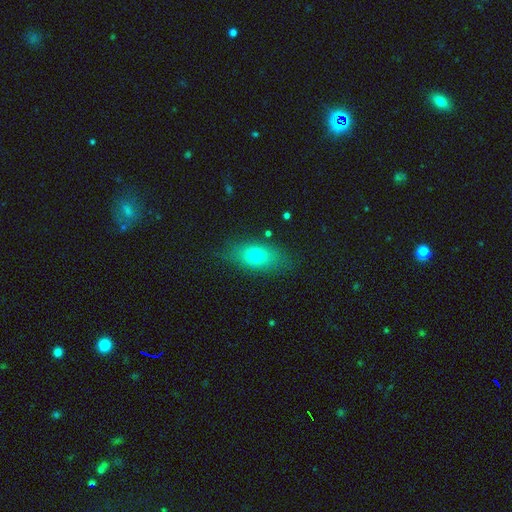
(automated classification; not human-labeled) Q: Smooth or featured?
A: smooth (73%); runner-up: featured or disk (17%)
Q: How rounded?
A: in between (78%); runner-up: round (13%)
Q: Merging?
A: none (81%); runner-up: minor disturbance (13%)